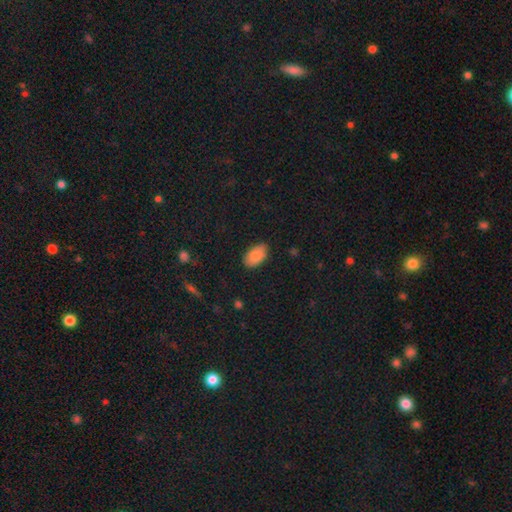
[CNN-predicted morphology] This appears to be a smooth galaxy with no disk features (84%) that is in between round and cigar-shaped (93%). Merging: none (84%).